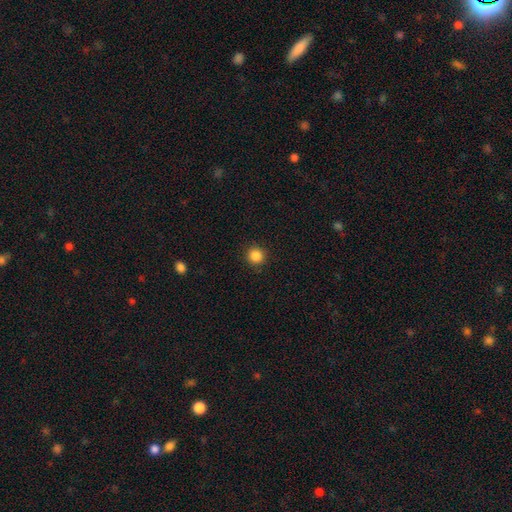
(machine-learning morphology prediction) smooth-or-featured: smooth: 86% | star or artifact: 11% | featured or disk: 3%
  how-rounded: round: 94% | in between: 5% | cigar-shaped: 1%
  merging: none: 91% | minor disturbance: 6% | major disturbance: 2% | merger: 1%